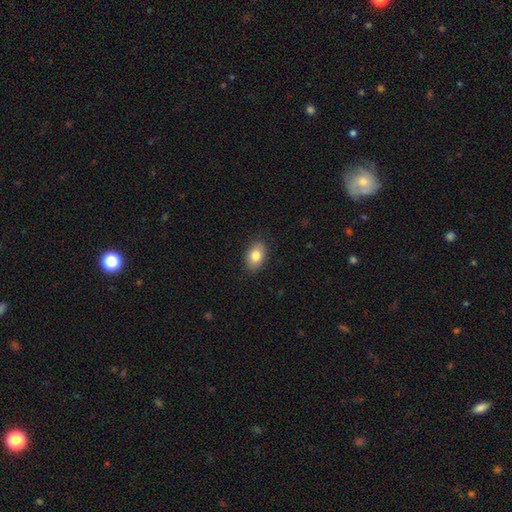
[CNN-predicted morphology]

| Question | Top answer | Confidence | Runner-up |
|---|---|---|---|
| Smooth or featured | smooth | 82% | featured or disk (10%) |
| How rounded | in between | 88% | round (11%) |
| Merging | none | 87% | minor disturbance (10%) |